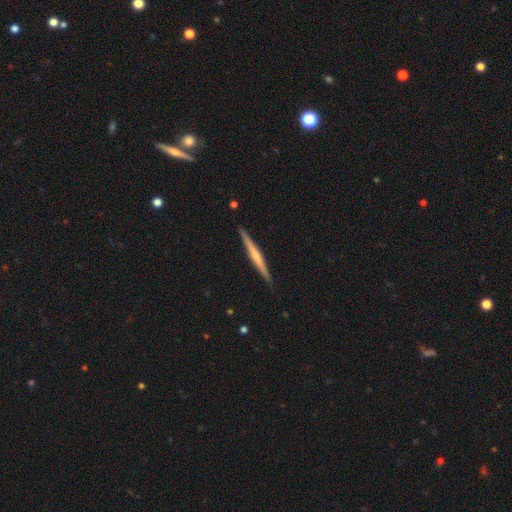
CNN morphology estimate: A featured or disk galaxy (66%) viewed edge-on (98%) with a rounded central bulge (61%).

Vote fractions:
- Smooth or featured? featured or disk: 66% / smooth: 29% / star or artifact: 5%
- Edge-on disk? yes: 98% / no: 2%
- Edge-on bulge? rounded: 61% / none: 31% / boxy: 8%
- Merging? none: 91% / minor disturbance: 6% / major disturbance: 1% / merger: 1%